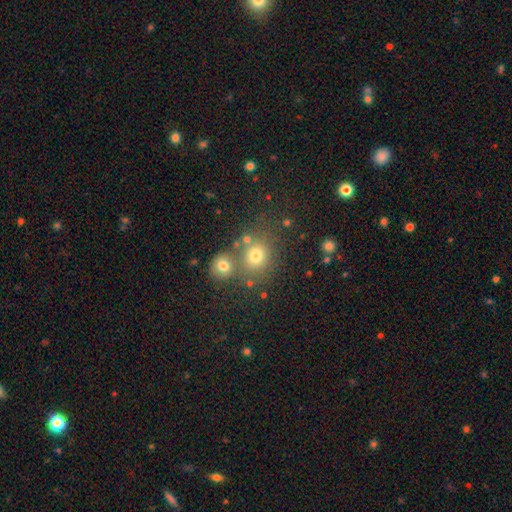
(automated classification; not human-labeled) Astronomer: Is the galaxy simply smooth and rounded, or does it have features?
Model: smooth — 73%.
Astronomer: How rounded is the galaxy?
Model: round — 78%.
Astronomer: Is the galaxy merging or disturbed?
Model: none — 61%.